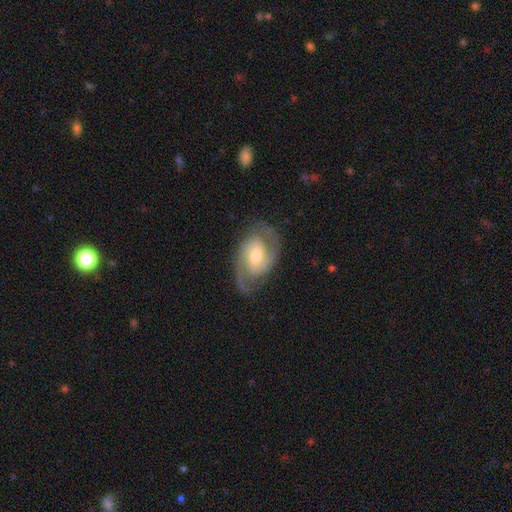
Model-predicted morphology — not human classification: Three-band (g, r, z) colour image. It shows a featured or disk galaxy (89%) with no bar (45%), 2 (89%) medium (51%) spiral arms (97%) and a moderate central bulge (66%). Merging: none (79%).